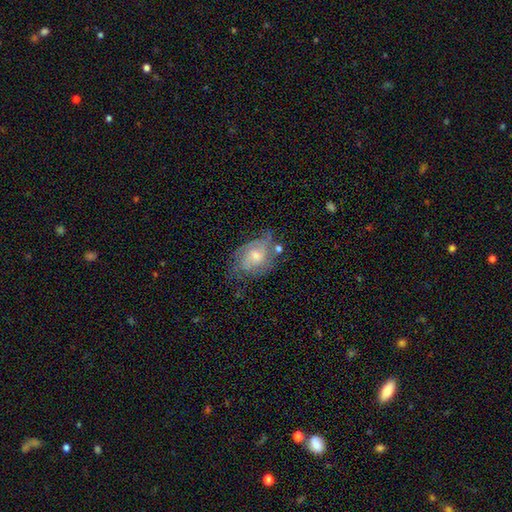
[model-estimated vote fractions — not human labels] featured or disk 67%, smooth 25%, star or artifact 8%. Down the decision tree: edge-on disk — no (96%); bar — no (65%); spiral arms — yes (83%); spiral arm count — can't tell (39%); spiral winding — tight (45%); bulge size — moderate (51%); merging — none (49%).